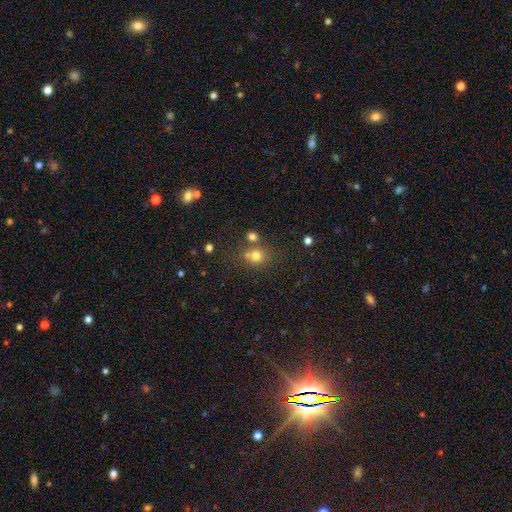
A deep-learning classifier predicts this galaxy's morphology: This is likely a smooth galaxy (74%). How rounded: likely round (79%). Merging: possibly none (59%).